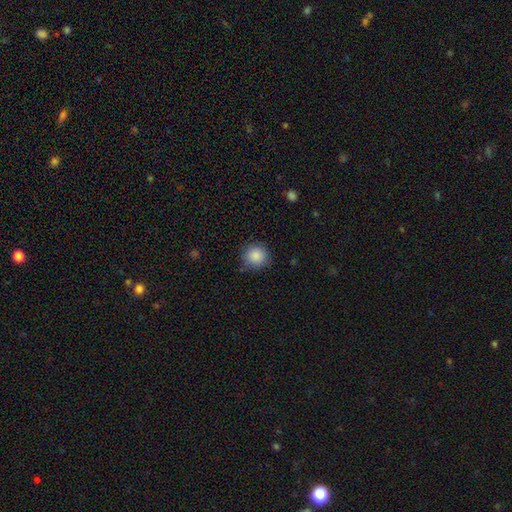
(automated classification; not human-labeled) Morphology: type=smooth (87%); roundness=round (93%); merging=none (82%).